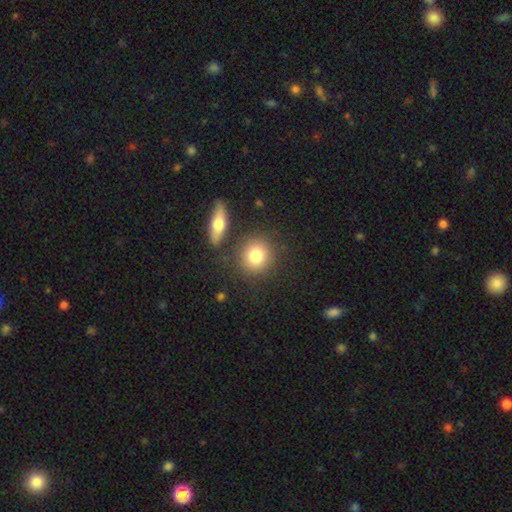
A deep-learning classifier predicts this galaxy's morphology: smooth_or_featured: smooth (p=0.80) [alt: featured or disk p=0.11]
how_rounded: round (p=0.84) [alt: in between p=0.14]
merging: none (p=0.80) [alt: merger p=0.09]